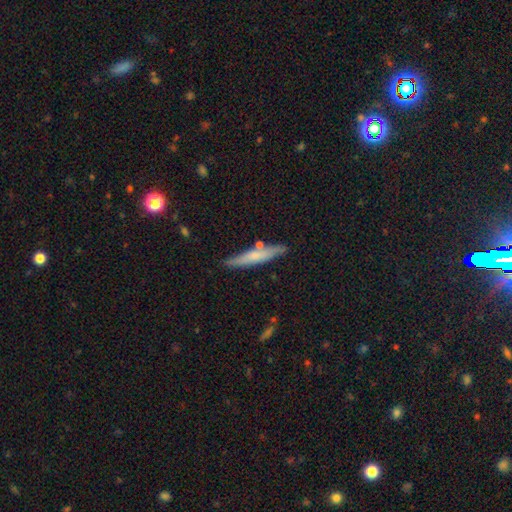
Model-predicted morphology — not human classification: smooth-or-featured: smooth: 56% | featured or disk: 38% | star or artifact: 6%
  how-rounded: cigar-shaped: 92% | in between: 7% | round: 1%
  merging: none: 81% | minor disturbance: 12% | merger: 5% | major disturbance: 2%